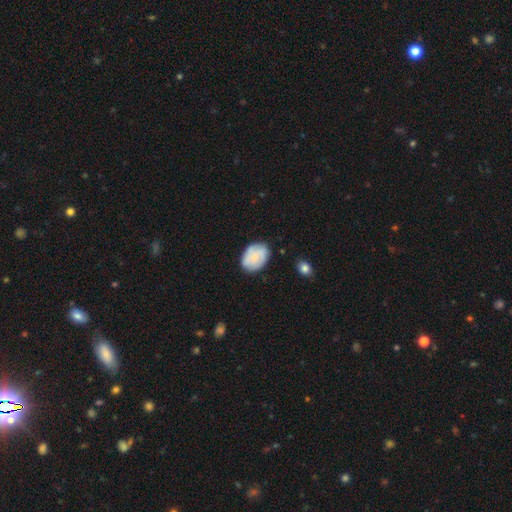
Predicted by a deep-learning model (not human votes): smooth_or_featured: smooth (p=0.62) [alt: featured or disk p=0.31]
how_rounded: in between (p=0.74) [alt: round p=0.25]
merging: none (p=0.76) [alt: minor disturbance p=0.18]